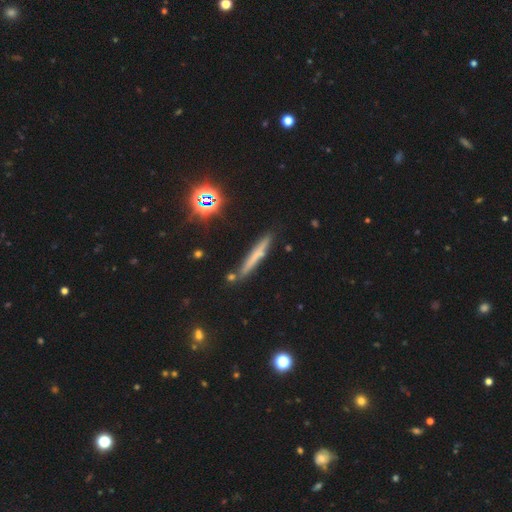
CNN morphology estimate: This appears to be a smooth galaxy with no disk features (52%) that is cigar-shaped (93%). Merging: none (82%).